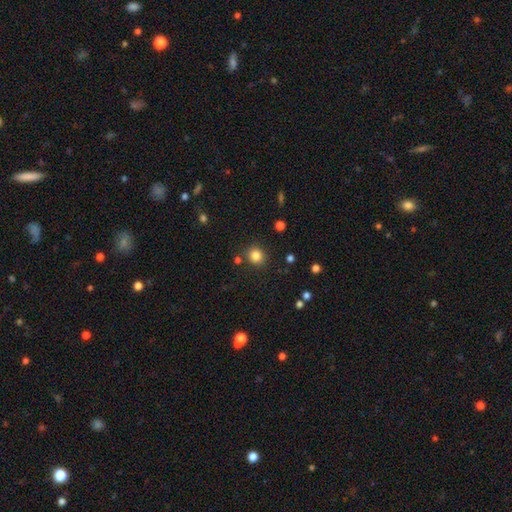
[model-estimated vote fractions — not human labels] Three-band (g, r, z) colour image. It shows a smooth galaxy with no disk features (83%) that is round (88%). Merging: none (86%).